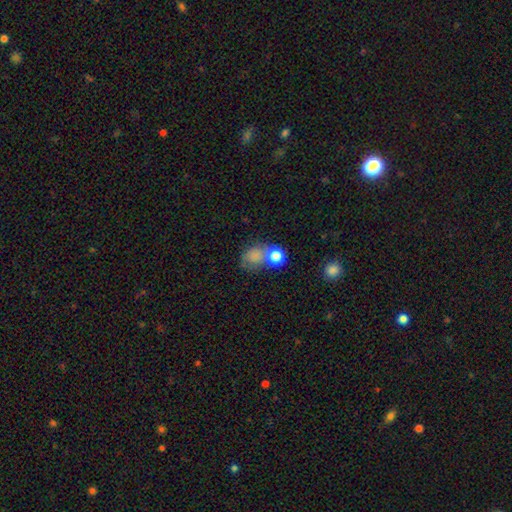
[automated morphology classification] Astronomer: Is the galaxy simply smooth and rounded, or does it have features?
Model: smooth — 72%.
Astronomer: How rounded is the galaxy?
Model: round — 57% (runner-up: in between, 41%).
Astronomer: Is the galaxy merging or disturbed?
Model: none — 43% (runner-up: merger, 27%).